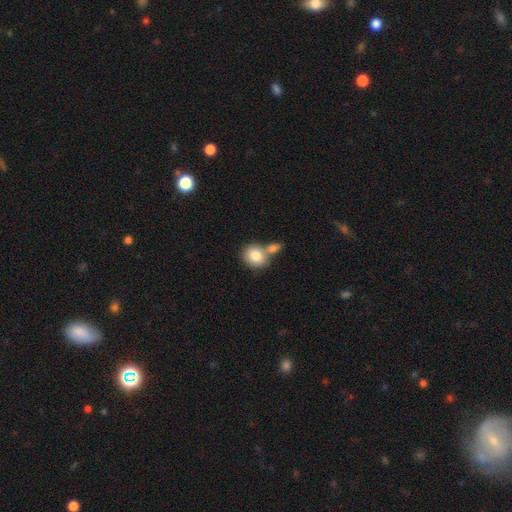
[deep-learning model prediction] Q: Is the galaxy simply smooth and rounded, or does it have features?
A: smooth — 82%.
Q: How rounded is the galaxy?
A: round — 63%.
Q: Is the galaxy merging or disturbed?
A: merger — 47%.